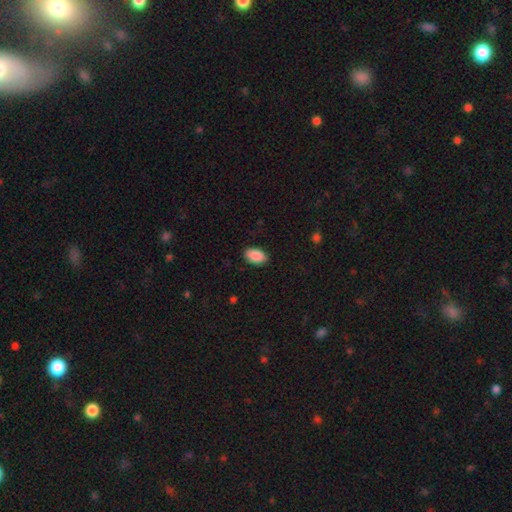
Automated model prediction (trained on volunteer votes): Overall: smooth (90%). How rounded: in between (93%). Merging: none (88%).